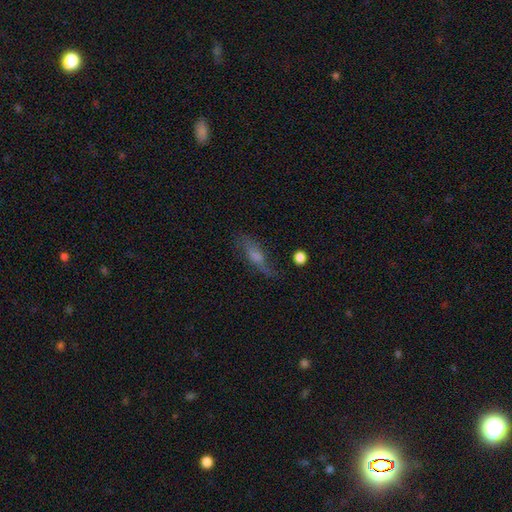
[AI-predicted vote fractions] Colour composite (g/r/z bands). It shows a featured or disk galaxy (50%). Merging: none (59%).